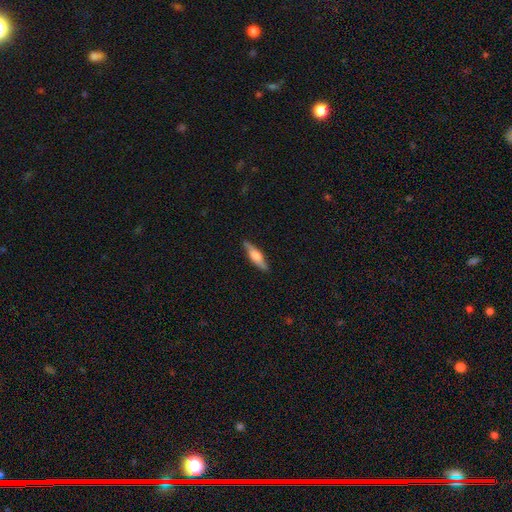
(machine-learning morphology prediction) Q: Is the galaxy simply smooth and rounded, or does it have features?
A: smooth — 49%.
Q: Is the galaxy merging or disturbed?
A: none — 86%.